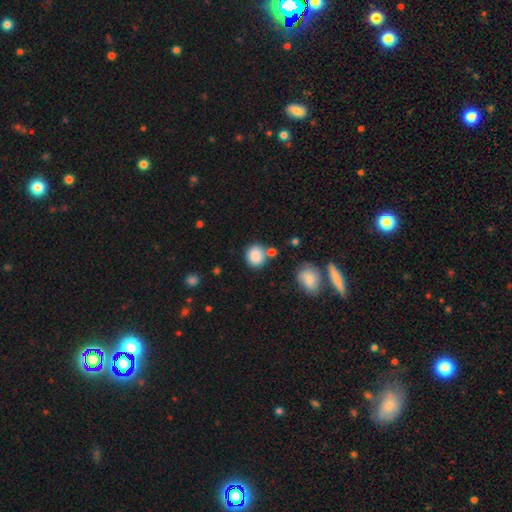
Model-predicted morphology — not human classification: smooth-or-featured: smooth: 86% | star or artifact: 8% | featured or disk: 6%
  how-rounded: round: 71% | in between: 28% | cigar-shaped: 1%
  merging: none: 69% | minor disturbance: 14% | merger: 13% | major disturbance: 4%